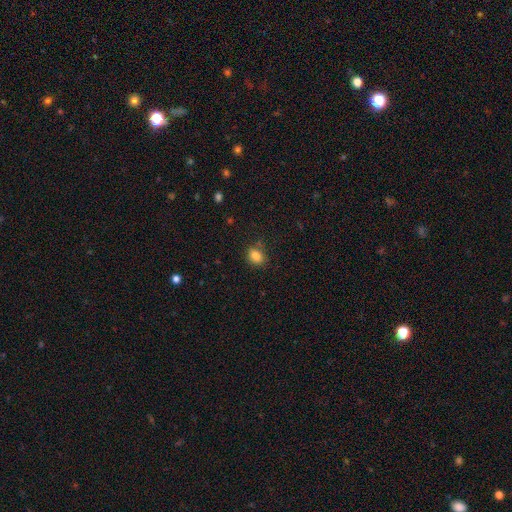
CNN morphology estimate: Smooth or featured?
  - smooth: 84% *
  - star or artifact: 10%
  - featured or disk: 6%
How rounded?
  - in between: 56% *
  - round: 42%
  - cigar-shaped: 1%
Merging?
  - none: 80% *
  - minor disturbance: 14%
  - major disturbance: 3%
  - merger: 2%